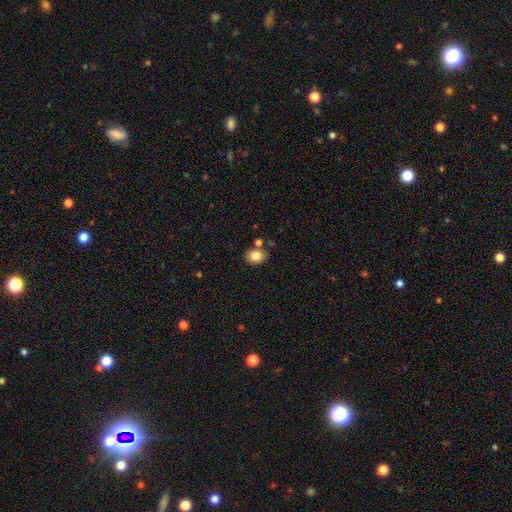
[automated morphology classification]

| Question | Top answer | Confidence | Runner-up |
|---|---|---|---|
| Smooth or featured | smooth | 83% | star or artifact (10%) |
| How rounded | round | 52% | in between (47%) |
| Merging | none | 76% | minor disturbance (11%) |